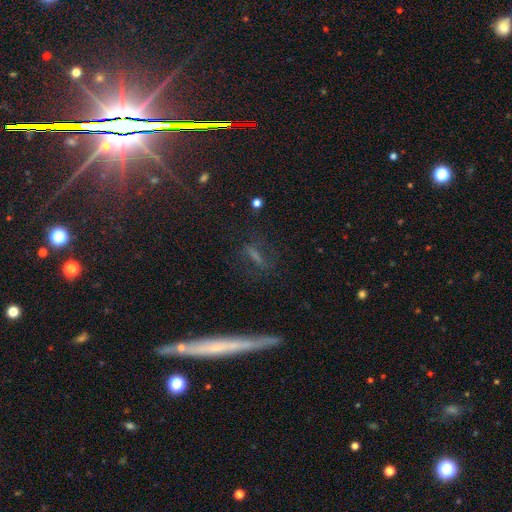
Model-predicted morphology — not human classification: Smooth or featured: smooth — 40% (featured or disk — 35%)
Merging: none — 71% (minor disturbance — 17%)